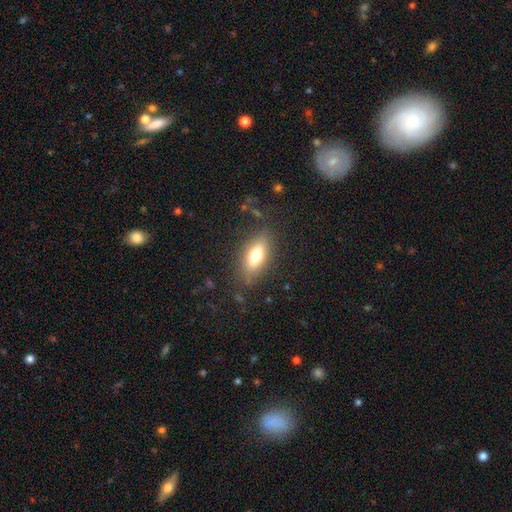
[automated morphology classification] Overall: smooth (71%). How rounded: in between (77%). Merging: none (82%).